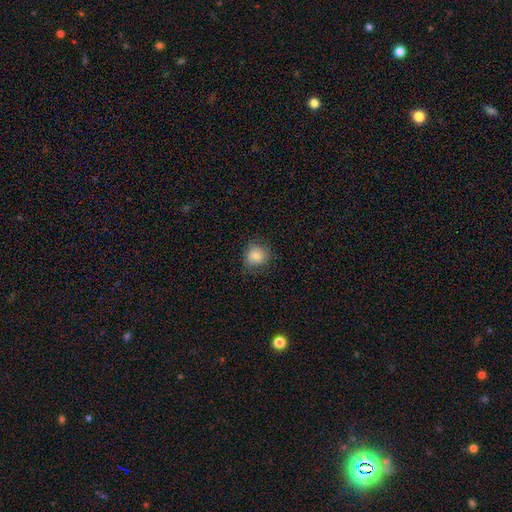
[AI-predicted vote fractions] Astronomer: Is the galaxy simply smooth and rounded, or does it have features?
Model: smooth — 81%.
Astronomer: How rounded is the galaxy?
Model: round — 81%.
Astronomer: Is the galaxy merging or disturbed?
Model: none — 75%.